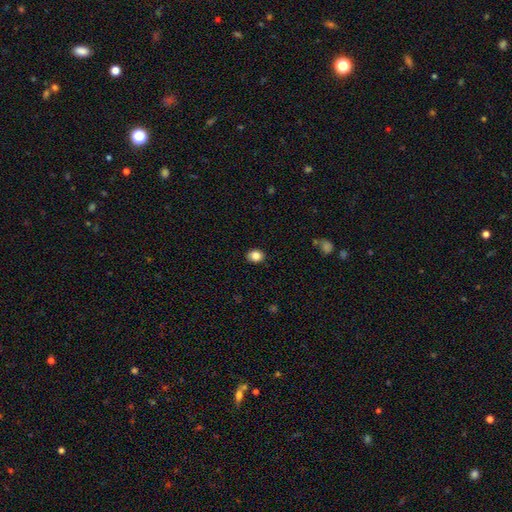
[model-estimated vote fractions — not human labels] Q: Smooth or featured?
A: smooth (86%); runner-up: star or artifact (9%)
Q: How rounded?
A: round (52%); runner-up: in between (47%)
Q: Merging?
A: none (87%); runner-up: minor disturbance (10%)